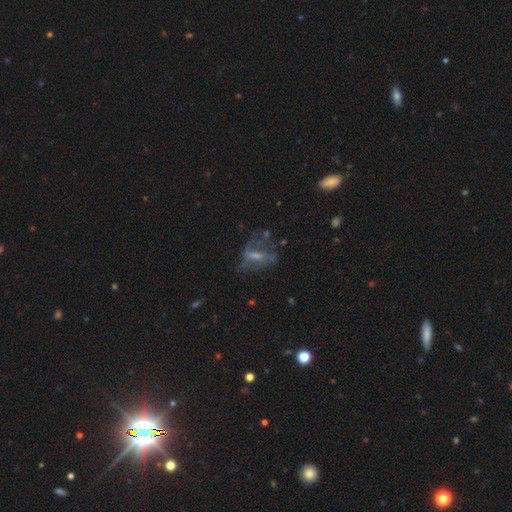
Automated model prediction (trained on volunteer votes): This appears to be a featured or disk galaxy (62%) with a weak bar (43%), spiral arms (56%) and a small central bulge (38%). Merging: none (41%).